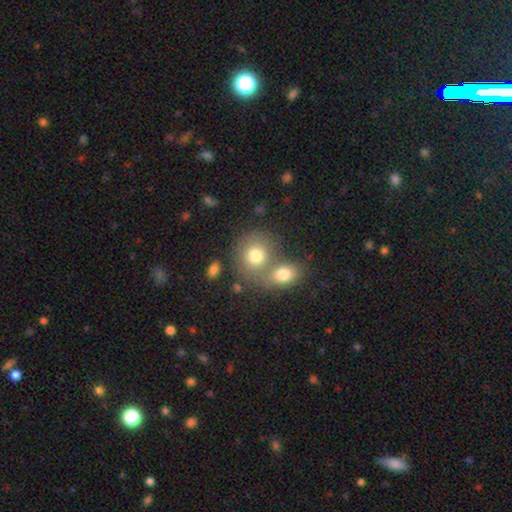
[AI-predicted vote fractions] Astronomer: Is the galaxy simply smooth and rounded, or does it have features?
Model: smooth — 74%.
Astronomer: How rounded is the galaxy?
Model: round — 75%.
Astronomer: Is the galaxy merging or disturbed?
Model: merger — 47% (runner-up: none, 40%).